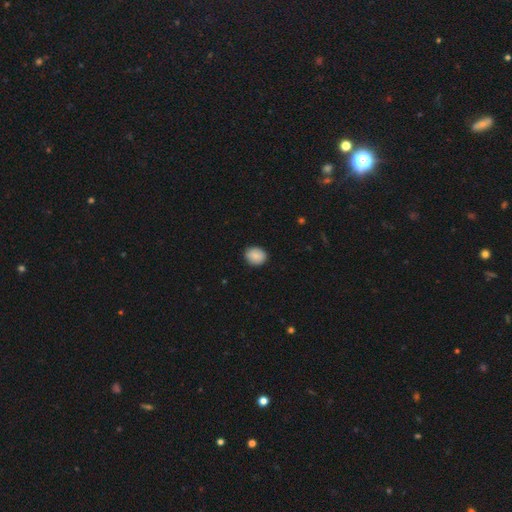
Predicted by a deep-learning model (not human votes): The model was most divided on "how rounded": round: 60%, in between: 39%, cigar-shaped: 1%. More confident: merging — none (89%); smooth or featured — smooth (88%).